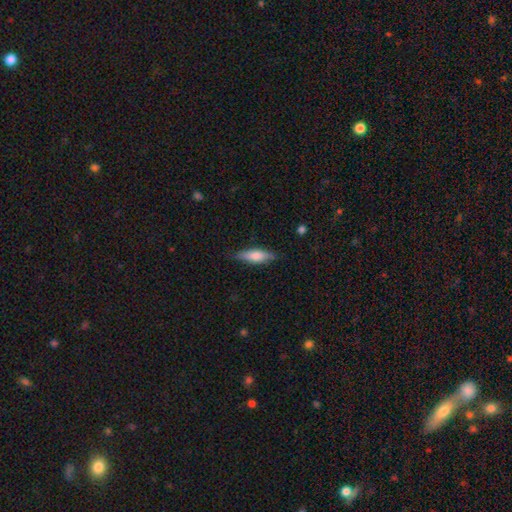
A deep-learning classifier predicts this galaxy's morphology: smooth-or-featured: smooth: 68% | featured or disk: 26% | star or artifact: 6%
  how-rounded: cigar-shaped: 56% | in between: 42% | round: 2%
  merging: none: 81% | minor disturbance: 15% | major disturbance: 3% | merger: 1%